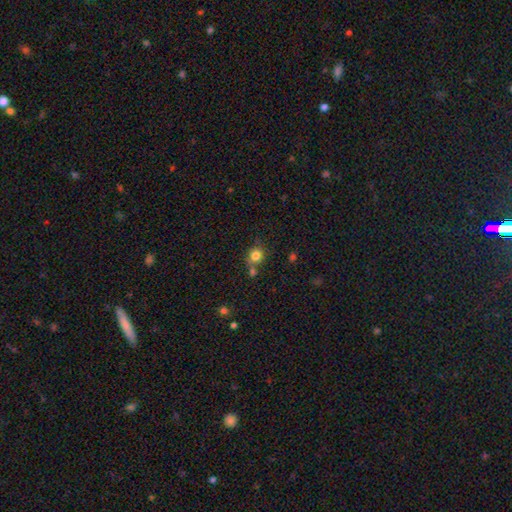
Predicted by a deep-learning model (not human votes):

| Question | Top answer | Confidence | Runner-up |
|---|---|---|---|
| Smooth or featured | smooth | 81% | star or artifact (12%) |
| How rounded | round | 85% | in between (14%) |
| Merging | none | 61% | merger (21%) |